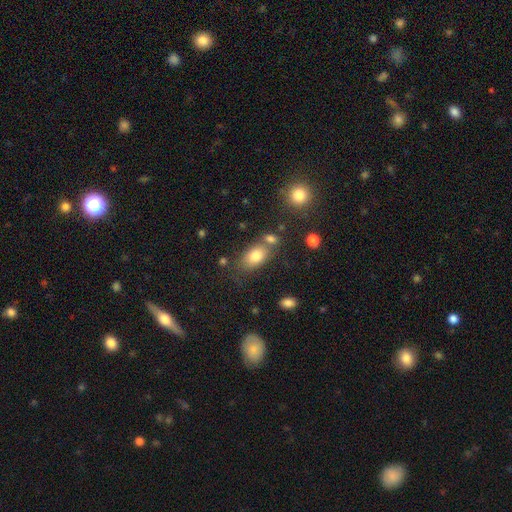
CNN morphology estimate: Q: Smooth or featured?
A: smooth (80%); runner-up: featured or disk (11%)
Q: How rounded?
A: in between (86%); runner-up: round (11%)
Q: Merging?
A: none (60%); runner-up: merger (19%)